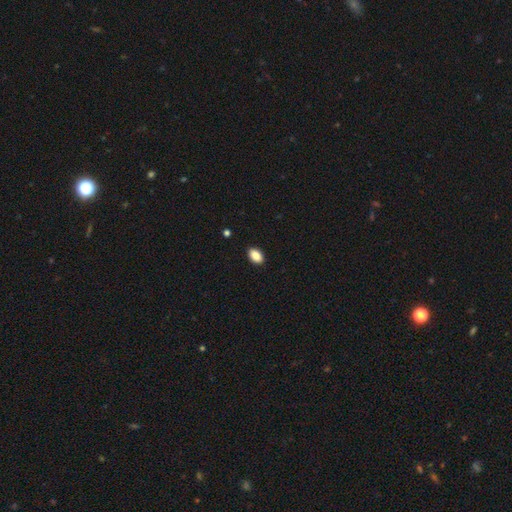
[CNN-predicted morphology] smooth_or_featured: smooth (p=0.87) [alt: star or artifact p=0.08]
how_rounded: in between (p=0.89) [alt: round p=0.09]
merging: none (p=0.90) [alt: minor disturbance p=0.07]